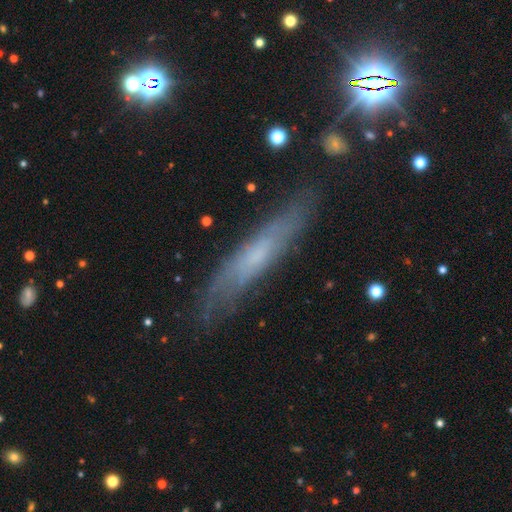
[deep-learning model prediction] Smooth or featured? featured or disk (49%)
Merging? none (77%)